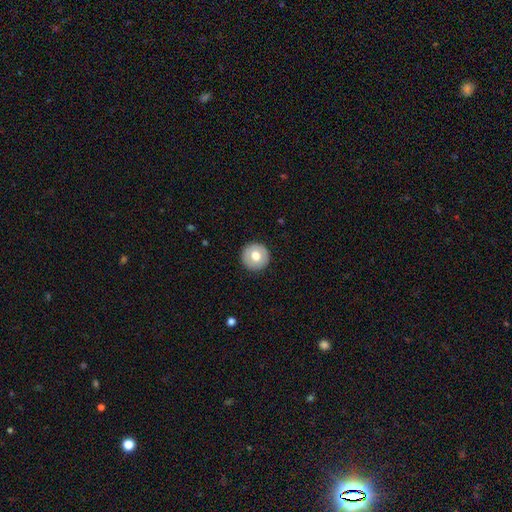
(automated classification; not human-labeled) Overall: smooth (68%). How rounded: round (96%). Merging: none (92%).